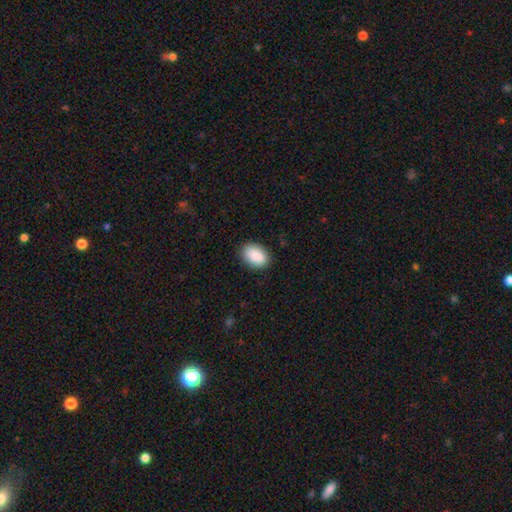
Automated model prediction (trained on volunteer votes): Smooth or featured? smooth (91%)
How rounded? in between (90%)
Merging? none (88%)